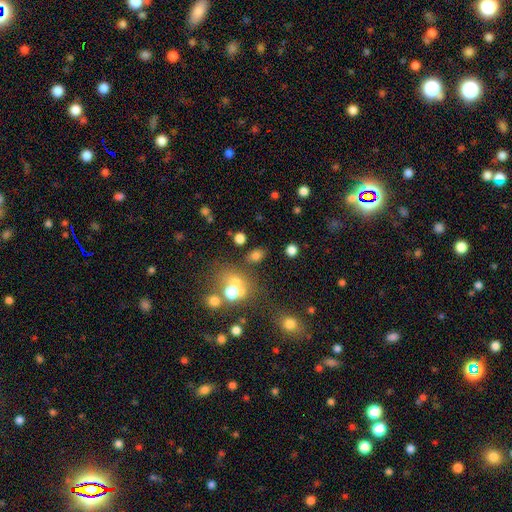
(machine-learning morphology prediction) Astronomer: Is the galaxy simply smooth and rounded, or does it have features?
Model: smooth — 70%.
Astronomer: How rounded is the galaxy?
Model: in between — 66%.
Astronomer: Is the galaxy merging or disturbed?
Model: none — 66%.